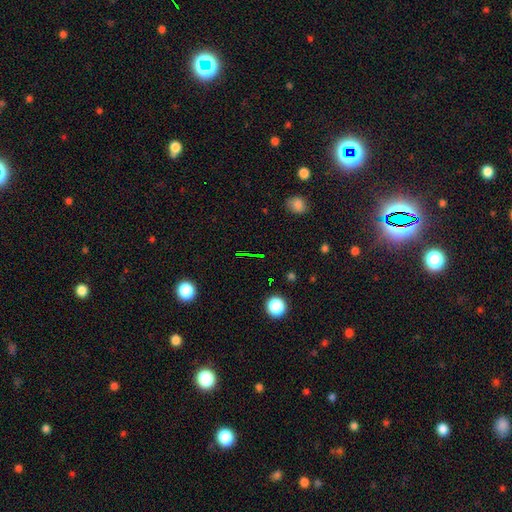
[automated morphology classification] A star or artifact, not a galaxy (67%).

Vote fractions:
- Smooth or featured? star or artifact: 67% / smooth: 21% / featured or disk: 11%